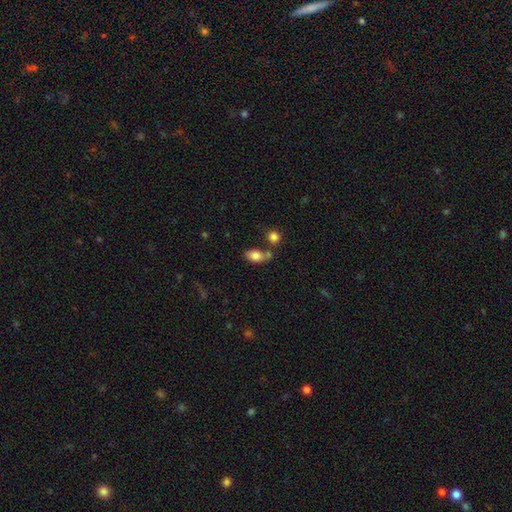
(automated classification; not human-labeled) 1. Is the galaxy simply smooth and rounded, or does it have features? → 82% smooth, 10% featured or disk, 8% star or artifact.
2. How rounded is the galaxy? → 88% in between, 9% round, 3% cigar-shaped.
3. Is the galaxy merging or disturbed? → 54% none, 25% merger, 16% minor disturbance, 5% major disturbance.